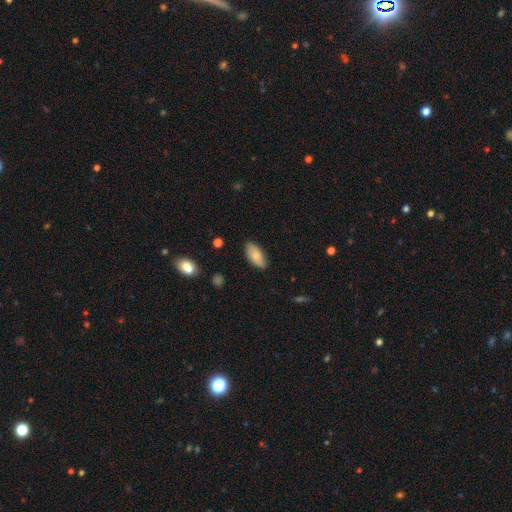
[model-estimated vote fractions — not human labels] Smooth or featured? smooth (79%)
How rounded? in between (91%)
Merging? none (83%)